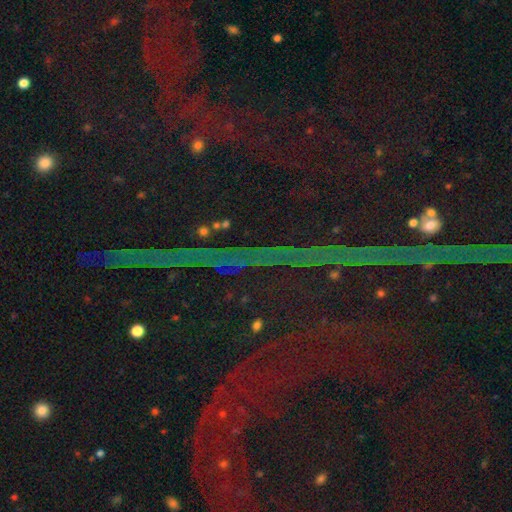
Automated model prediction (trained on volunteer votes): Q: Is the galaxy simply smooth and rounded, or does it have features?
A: star or artifact — 85%.